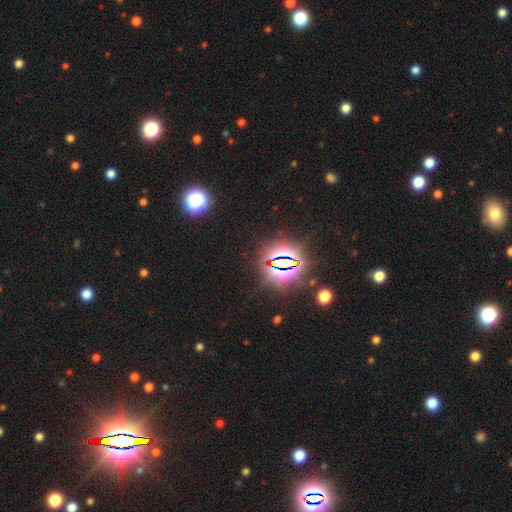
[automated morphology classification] A star or artifact, not a galaxy (85%).

Vote fractions:
- Smooth or featured? star or artifact: 85% / smooth: 9% / featured or disk: 6%